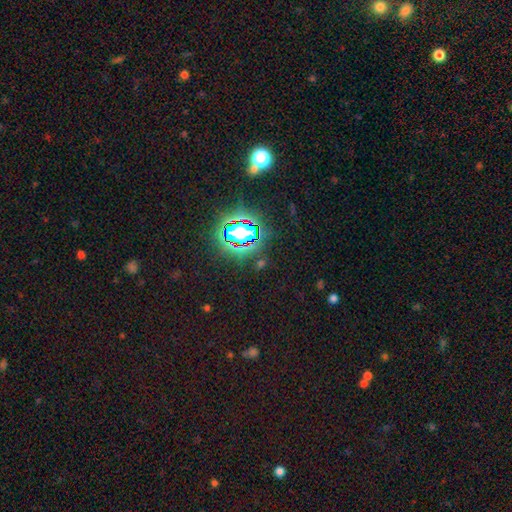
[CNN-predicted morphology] type=star or artifact (79%).